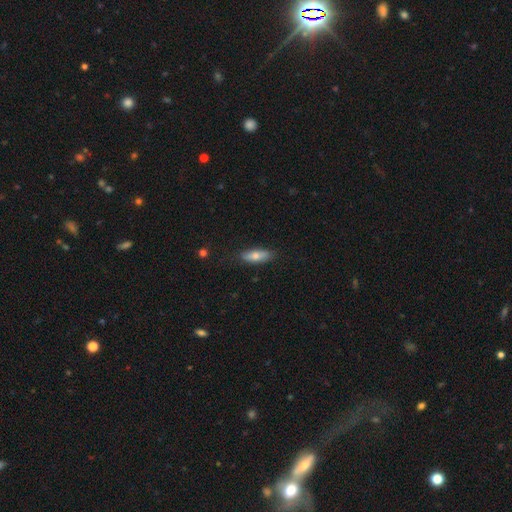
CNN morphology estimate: Smooth or featured? smooth (71%)
How rounded? in between (61%)
Merging? none (82%)